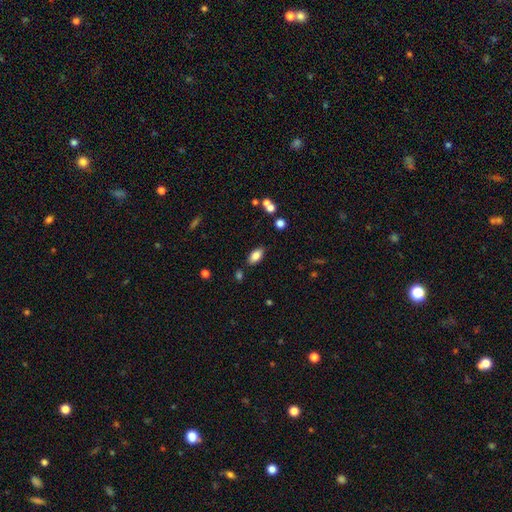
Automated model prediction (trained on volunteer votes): Q: Smooth or featured?
A: smooth (83%); runner-up: featured or disk (9%)
Q: How rounded?
A: in between (91%); runner-up: cigar-shaped (5%)
Q: Merging?
A: none (82%); runner-up: minor disturbance (12%)